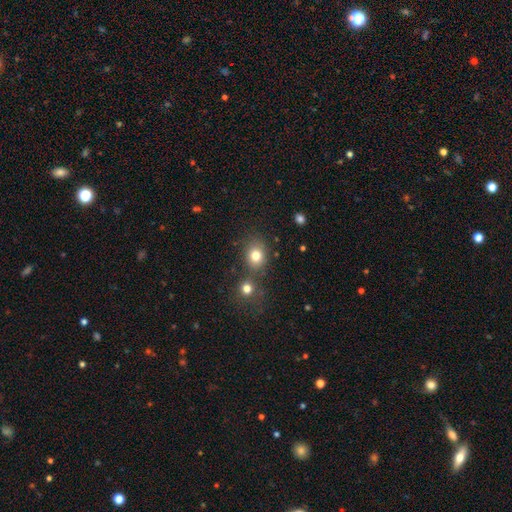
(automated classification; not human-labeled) smooth-or-featured: smooth: 79% | star or artifact: 13% | featured or disk: 8%
  how-rounded: round: 68% | in between: 31% | cigar-shaped: 1%
  merging: none: 69% | merger: 16% | minor disturbance: 11% | major disturbance: 4%